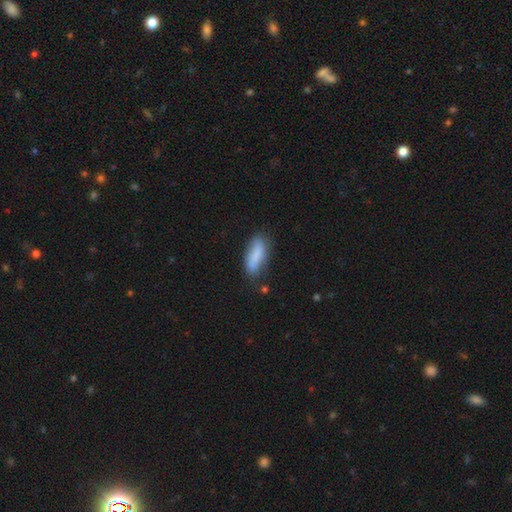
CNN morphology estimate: This is likely a smooth galaxy (78%). How rounded: possibly in between (59%). Merging: likely none (68%).